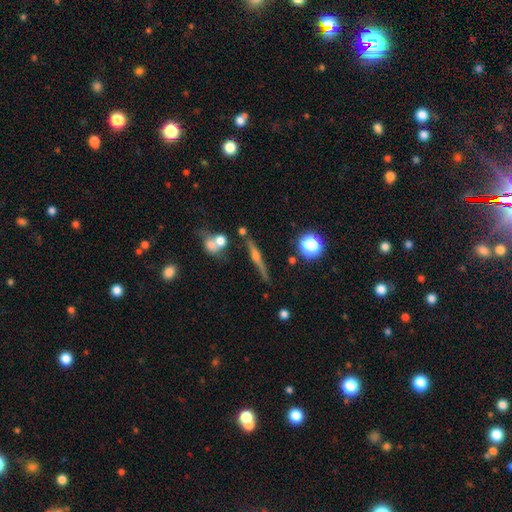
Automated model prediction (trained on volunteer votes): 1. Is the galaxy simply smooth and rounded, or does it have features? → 70% featured or disk, 20% smooth, 10% star or artifact.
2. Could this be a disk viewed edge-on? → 96% yes, 4% no.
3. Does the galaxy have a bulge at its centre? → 86% rounded, 7% none, 7% boxy.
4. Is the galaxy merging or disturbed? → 79% none, 11% minor disturbance, 7% merger, 3% major disturbance.